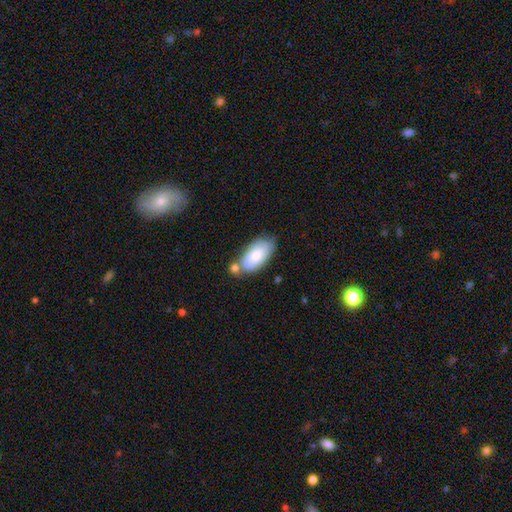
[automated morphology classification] Q: Smooth or featured?
A: smooth (72%); runner-up: featured or disk (22%)
Q: How rounded?
A: in between (93%); runner-up: cigar-shaped (4%)
Q: Merging?
A: none (55%); runner-up: merger (21%)